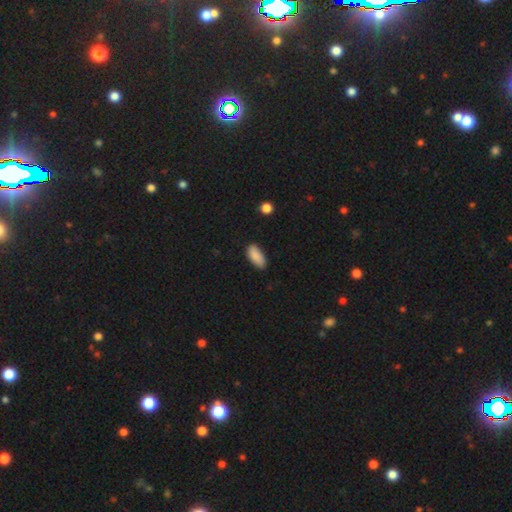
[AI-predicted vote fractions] Smooth or featured: smooth — 89% (star or artifact — 7%)
How rounded: in between — 89% (cigar-shaped — 9%)
Merging: none — 79% (minor disturbance — 16%)